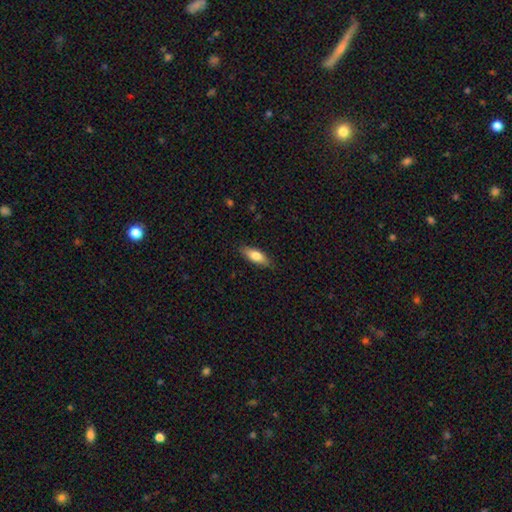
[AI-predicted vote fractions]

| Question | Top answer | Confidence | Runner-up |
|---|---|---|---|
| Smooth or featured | smooth | 77% | featured or disk (17%) |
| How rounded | in between | 70% | cigar-shaped (28%) |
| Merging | none | 86% | minor disturbance (11%) |